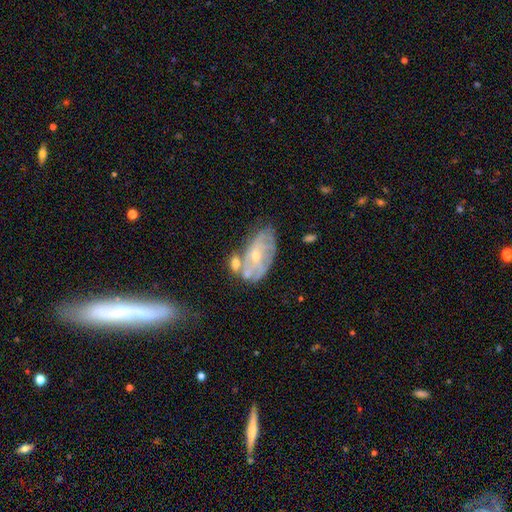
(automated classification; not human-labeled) featured or disk 72%, smooth 19%, star or artifact 9%. Down the decision tree: edge-on disk — no (94%); bar — no (69%); spiral arms — yes (77%); spiral arm count — can't tell (49%); spiral winding — tight (51%); bulge size — small (62%); merging — none (46%).